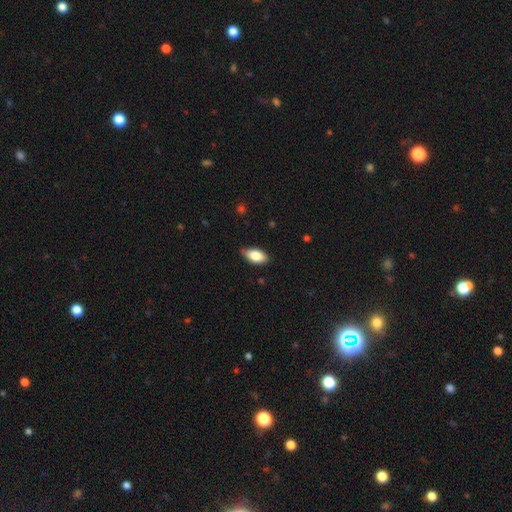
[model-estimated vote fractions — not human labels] Smooth or featured?
  - smooth: 81% *
  - featured or disk: 12%
  - star or artifact: 7%
How rounded?
  - in between: 92% *
  - cigar-shaped: 4%
  - round: 4%
Merging?
  - none: 75% *
  - minor disturbance: 21%
  - major disturbance: 3%
  - merger: 1%